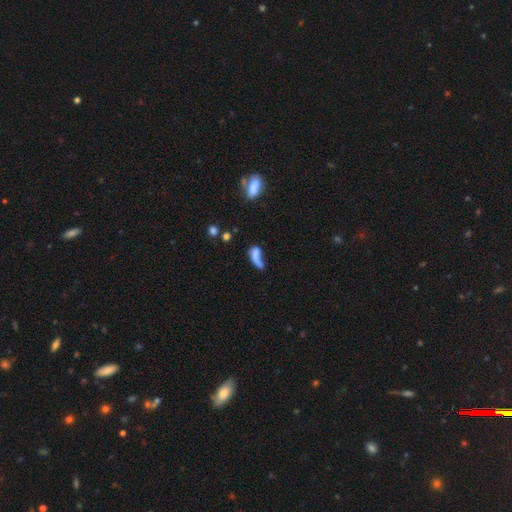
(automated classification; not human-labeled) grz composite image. It shows a smooth galaxy with no disk features (61%) that is in between round and cigar-shaped (66%). Merging: major disturbance (35%).